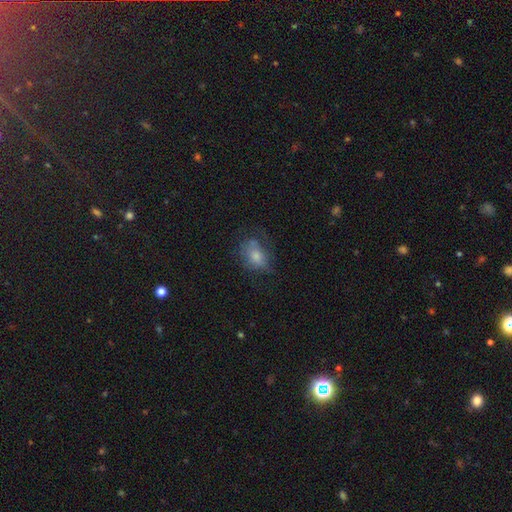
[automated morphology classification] Smooth or featured? smooth (64%)
How rounded? in between (78%)
Merging? none (46%)